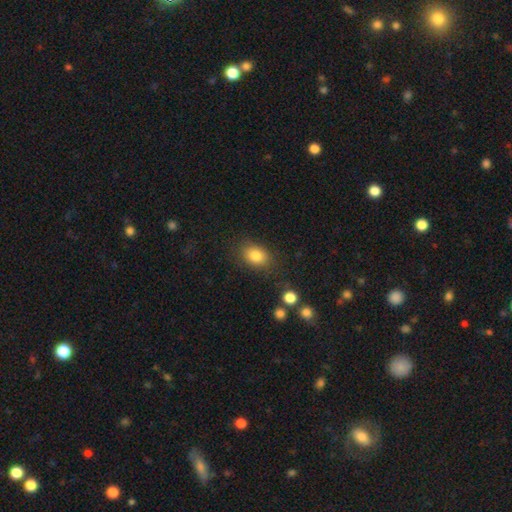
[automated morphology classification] Smooth or featured: smooth — 83% (star or artifact — 9%)
How rounded: in between — 71% (round — 28%)
Merging: none — 78% (minor disturbance — 14%)